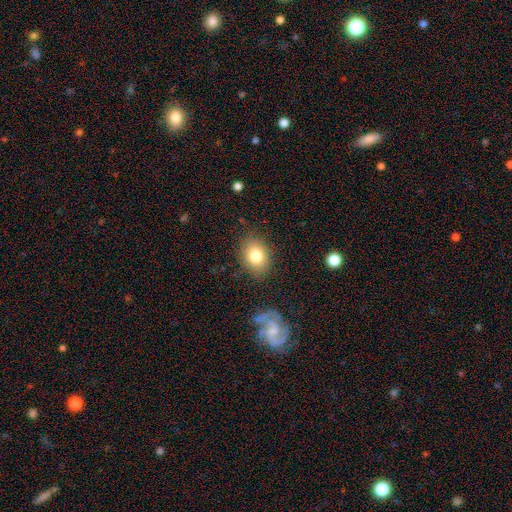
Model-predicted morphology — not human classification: Overall: smooth (80%). How rounded: in between (67%; round 32%). Merging: none (83%).